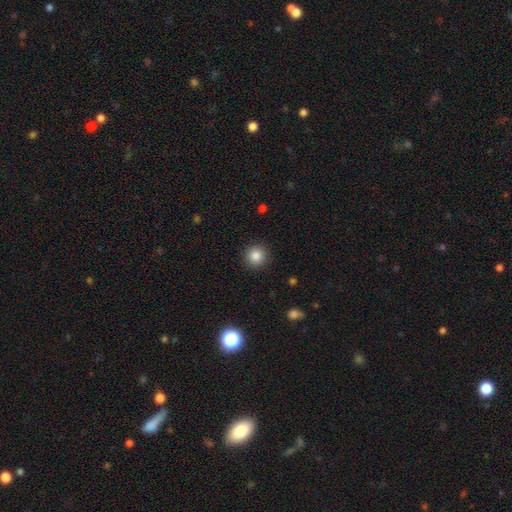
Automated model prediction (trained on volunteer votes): smooth_or_featured: smooth (p=0.85) [alt: star or artifact p=0.10]
how_rounded: round (p=0.93) [alt: in between p=0.06]
merging: none (p=0.91) [alt: minor disturbance p=0.06]